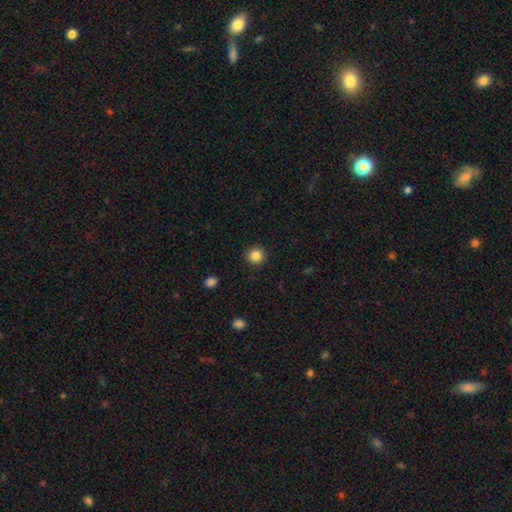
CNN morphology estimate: smooth 85%, star or artifact 11%, featured or disk 4%. Down the decision tree: how rounded — round (94%); merging — none (92%).